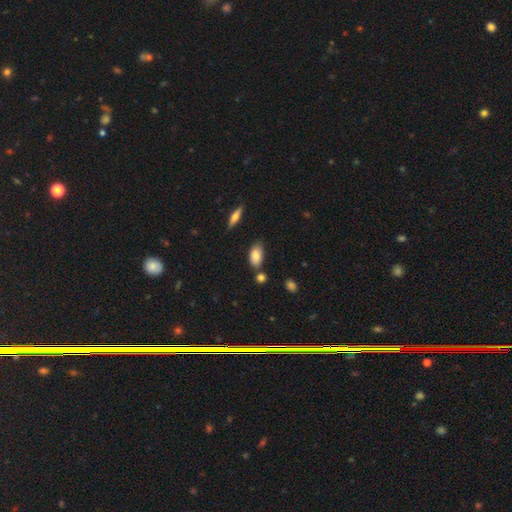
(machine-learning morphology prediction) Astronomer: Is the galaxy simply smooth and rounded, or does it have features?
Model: smooth — 81%.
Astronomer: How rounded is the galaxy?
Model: in between — 92%.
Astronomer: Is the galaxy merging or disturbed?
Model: none — 70%.